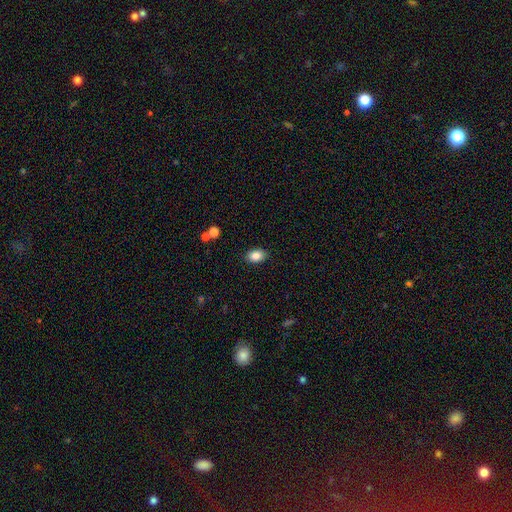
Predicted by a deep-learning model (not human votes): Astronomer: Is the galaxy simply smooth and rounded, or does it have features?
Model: smooth — 86%.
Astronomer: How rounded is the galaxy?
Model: in between — 81%.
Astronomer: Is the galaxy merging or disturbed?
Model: none — 88%.